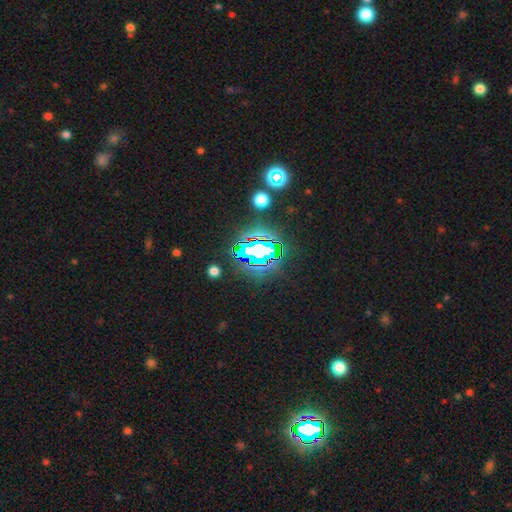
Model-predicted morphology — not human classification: A star or artifact, not a galaxy (70%).